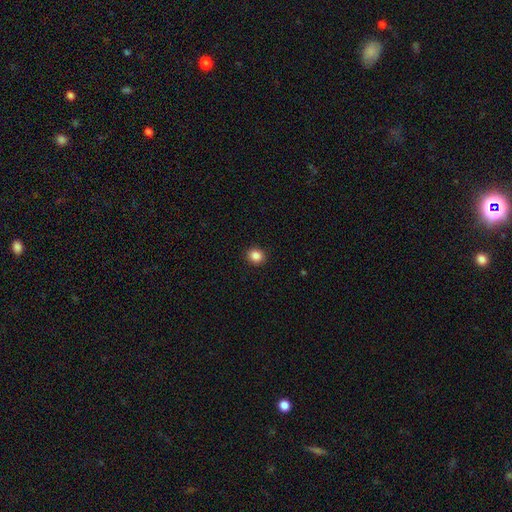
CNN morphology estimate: A smooth galaxy with no disk features (86%) that is round (80%). Merging: none (92%).